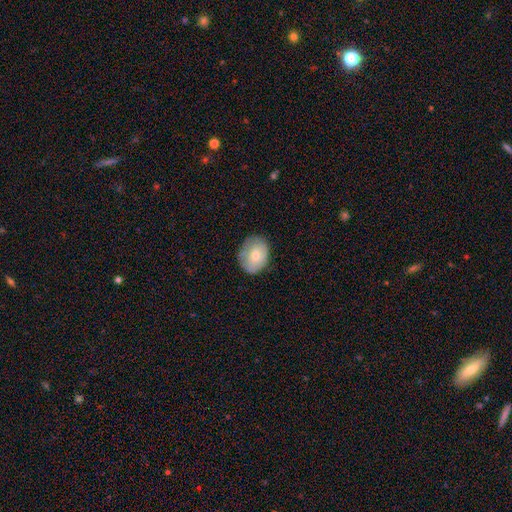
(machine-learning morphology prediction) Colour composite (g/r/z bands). It shows a smooth galaxy with no disk features (69%) that is in between round and cigar-shaped (53%). Merging: none (72%).